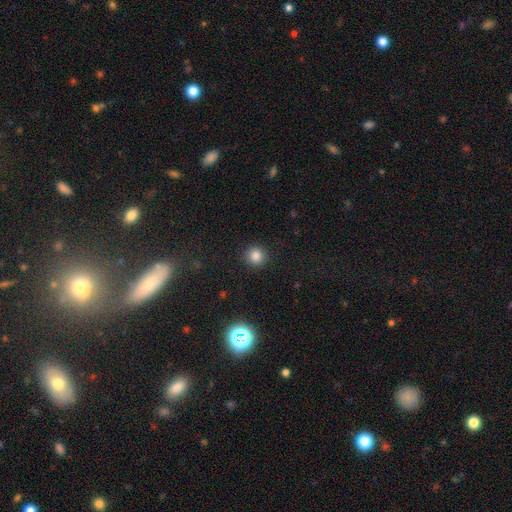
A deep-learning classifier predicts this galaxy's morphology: This appears to be a smooth galaxy with no disk features (83%) that is round (93%). Merging: none (91%).